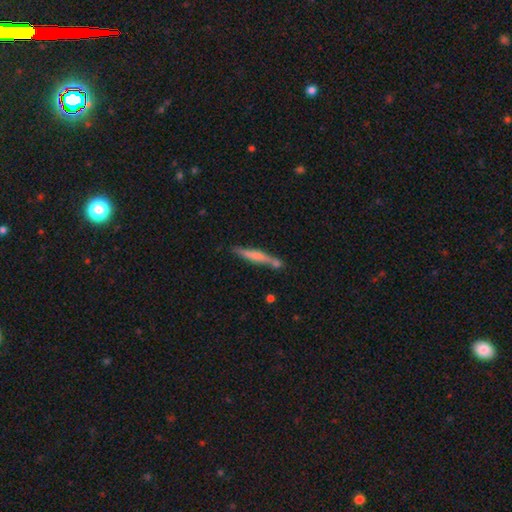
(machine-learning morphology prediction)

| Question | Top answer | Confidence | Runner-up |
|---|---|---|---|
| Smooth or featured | smooth | 51% | featured or disk (43%) |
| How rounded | cigar-shaped | 92% | in between (6%) |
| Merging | none | 67% | minor disturbance (16%) |